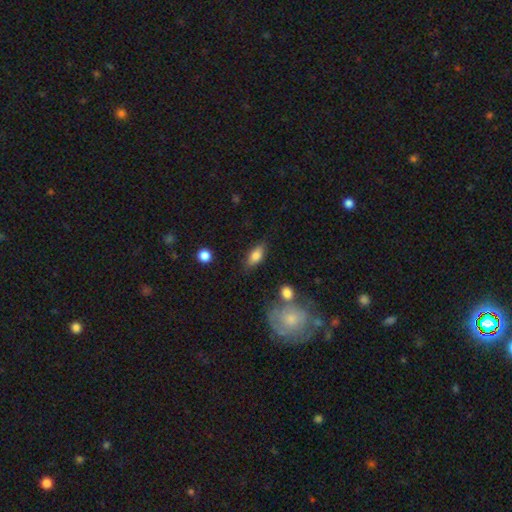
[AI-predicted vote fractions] This is likely a smooth galaxy (77%). How rounded: clearly in between (82%). Merging: clearly none (80%).